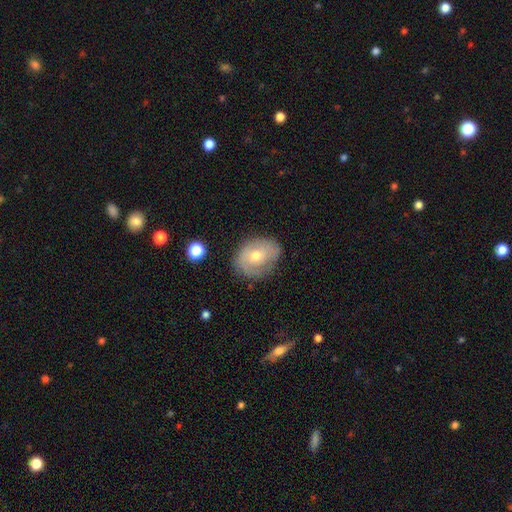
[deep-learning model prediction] Smooth or featured? Predicted: featured or disk (p=0.58). Edge-on disk? Predicted: no (p=0.96). Bar? Predicted: no (p=0.71). Spiral arms? Predicted: yes (p=0.76). Bulge size? Predicted: moderate (p=0.56). Merging? Predicted: none (p=0.70).